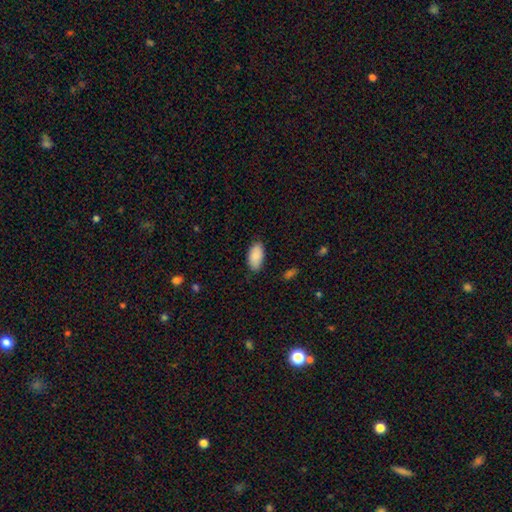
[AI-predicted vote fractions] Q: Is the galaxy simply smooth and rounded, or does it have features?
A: smooth — 89%.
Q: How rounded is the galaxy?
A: in between — 94%.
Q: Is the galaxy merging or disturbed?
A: none — 82%.